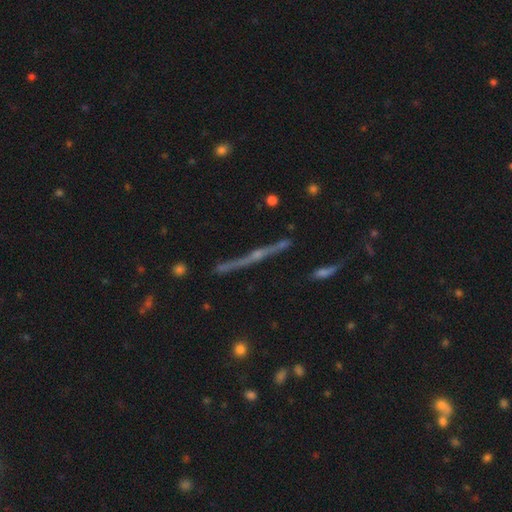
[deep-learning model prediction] smooth_or_featured: featured or disk (p=0.77) [alt: star or artifact p=0.12]
disk_edge_on: yes (p=0.97) [alt: no p=0.03]
edge_on_bulge: rounded (p=0.77) [alt: none p=0.15]
merging: none (p=0.83) [alt: minor disturbance p=0.11]